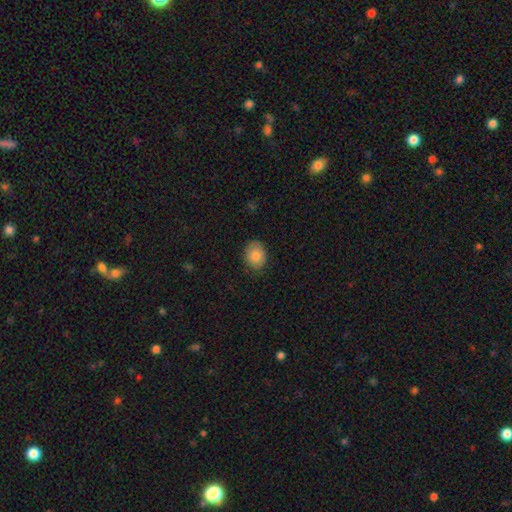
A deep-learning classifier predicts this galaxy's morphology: smooth 82%, featured or disk 10%, star or artifact 8%. Down the decision tree: how rounded — in between (58%); merging — none (79%).